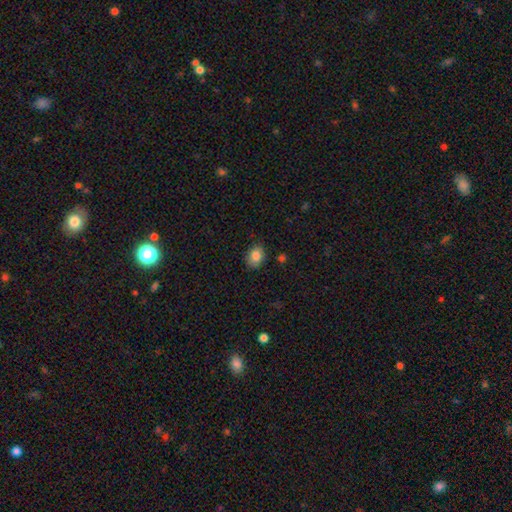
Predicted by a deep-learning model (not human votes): A smooth galaxy with no disk features (86%) that is in between round and cigar-shaped (74%). Merging: none (80%).